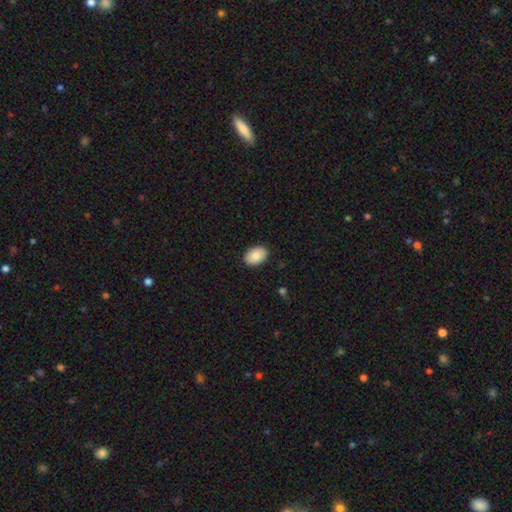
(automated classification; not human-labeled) Smooth or featured? Predicted: smooth (p=0.84). How rounded? Predicted: in between (p=0.87). Merging? Predicted: none (p=0.89).